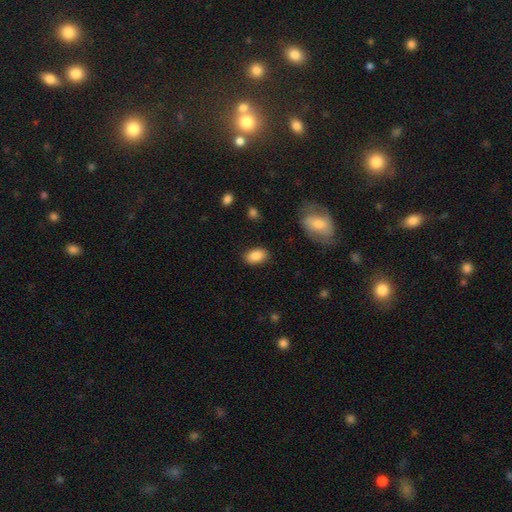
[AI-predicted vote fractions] Morphology: type=smooth (87%); roundness=in between (89%); merging=none (86%).